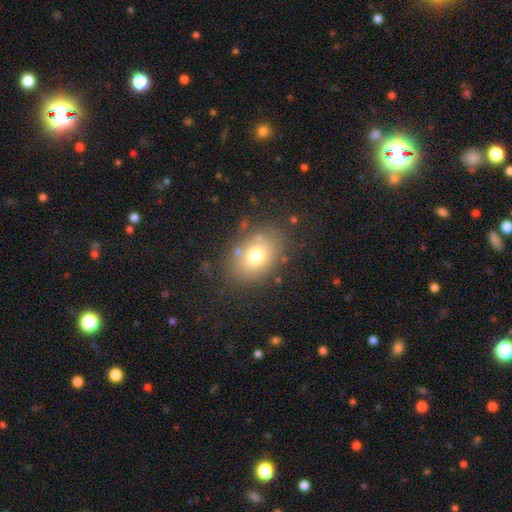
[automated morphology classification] Overall: smooth (72%). How rounded: in between (69%; round 30%). Merging: none (78%).